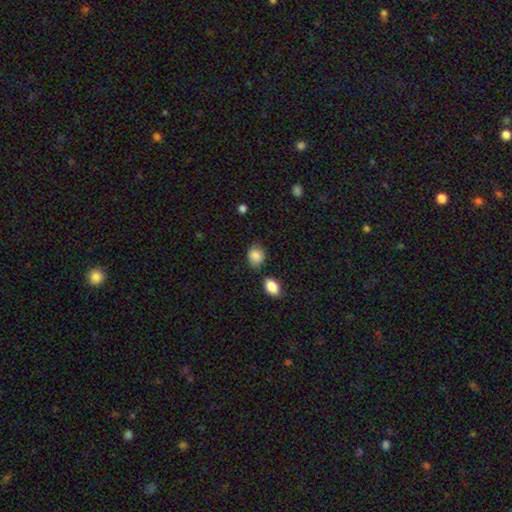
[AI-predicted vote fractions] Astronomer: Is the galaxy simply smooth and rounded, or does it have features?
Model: smooth — 87%.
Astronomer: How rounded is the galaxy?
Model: in between — 50% (runner-up: round, 49%).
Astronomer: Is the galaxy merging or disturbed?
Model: none — 68%.